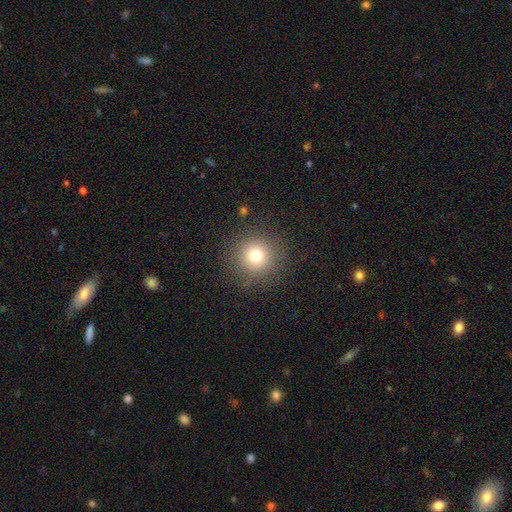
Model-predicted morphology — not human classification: Smooth or featured? smooth (76%)
How rounded? round (94%)
Merging? none (88%)